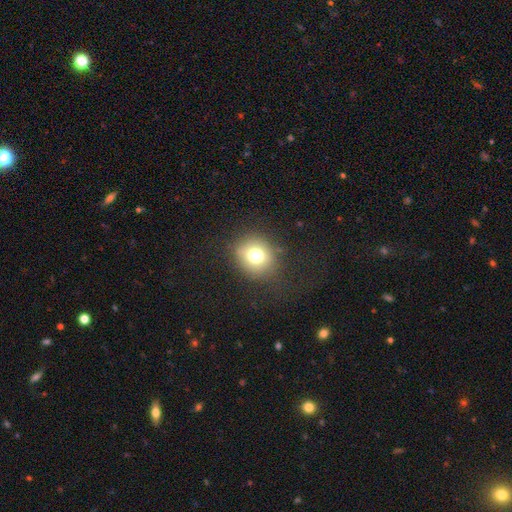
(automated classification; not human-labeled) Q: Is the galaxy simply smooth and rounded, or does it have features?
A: smooth — 74%.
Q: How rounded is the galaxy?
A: round — 81%.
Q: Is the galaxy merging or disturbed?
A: none — 82%.